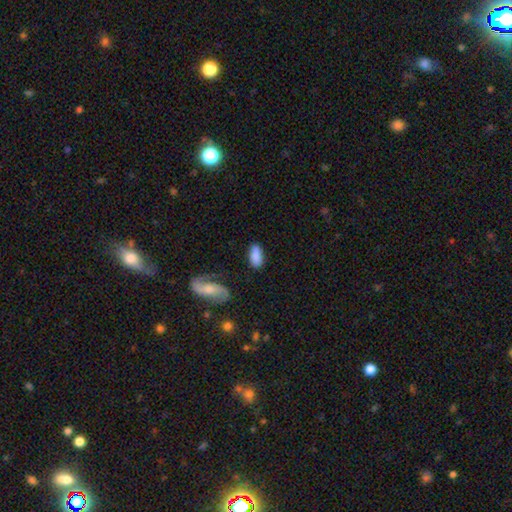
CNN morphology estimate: A smooth galaxy with no disk features (82%) that is in between round and cigar-shaped (88%).

Vote fractions:
- Smooth or featured? smooth: 82% / featured or disk: 12% / star or artifact: 7%
- How rounded? in between: 88% / cigar-shaped: 9% / round: 3%
- Merging? none: 74% / minor disturbance: 17% / major disturbance: 5% / merger: 4%